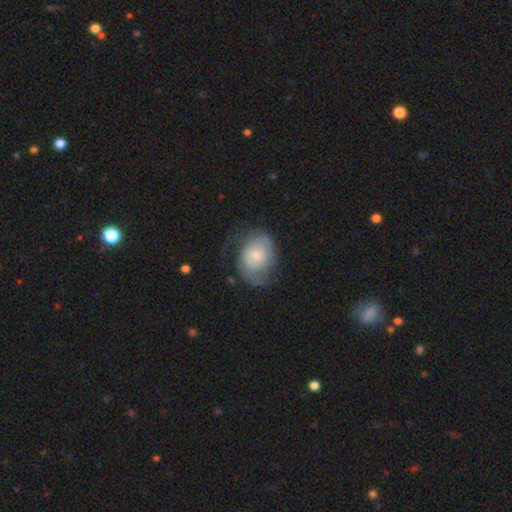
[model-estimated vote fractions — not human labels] smooth-or-featured: featured or disk: 51% | smooth: 43% | star or artifact: 7%
  disk-edge-on: no: 97% | yes: 3%
  merging: none: 46% | minor disturbance: 27% | major disturbance: 25% | merger: 2%